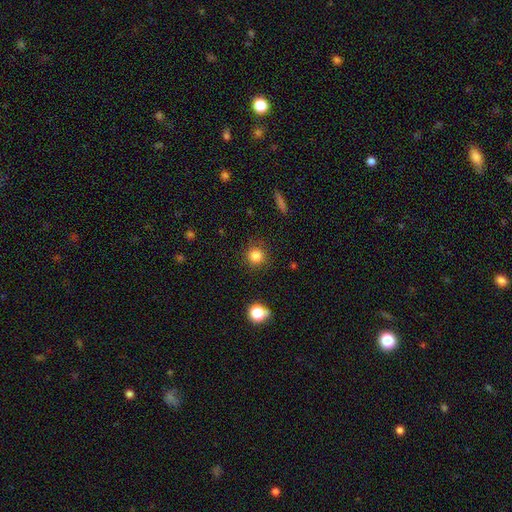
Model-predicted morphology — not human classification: Overall: smooth (83%). How rounded: round (93%). Merging: none (87%).